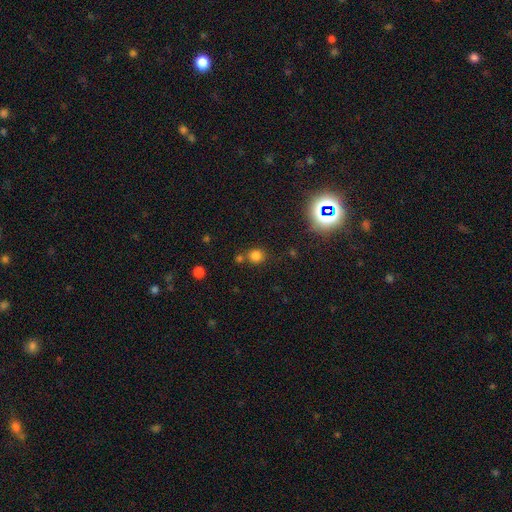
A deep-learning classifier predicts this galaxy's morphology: Q: Smooth or featured?
A: smooth (76%); runner-up: star or artifact (18%)
Q: How rounded?
A: round (86%); runner-up: in between (13%)
Q: Merging?
A: none (72%); runner-up: merger (16%)